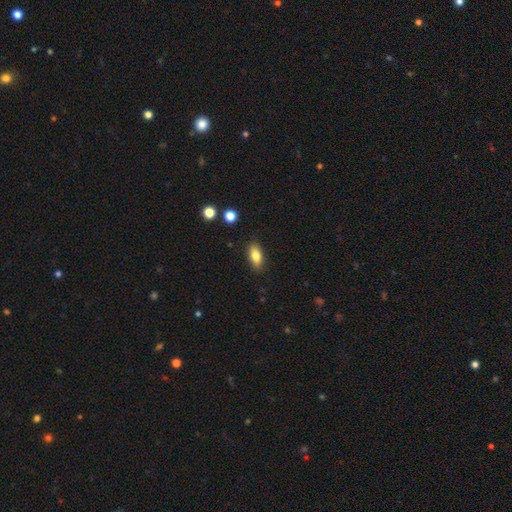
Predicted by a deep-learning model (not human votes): Smooth or featured? Predicted: smooth (p=0.81). How rounded? Predicted: in between (p=0.87). Merging? Predicted: none (p=0.87).